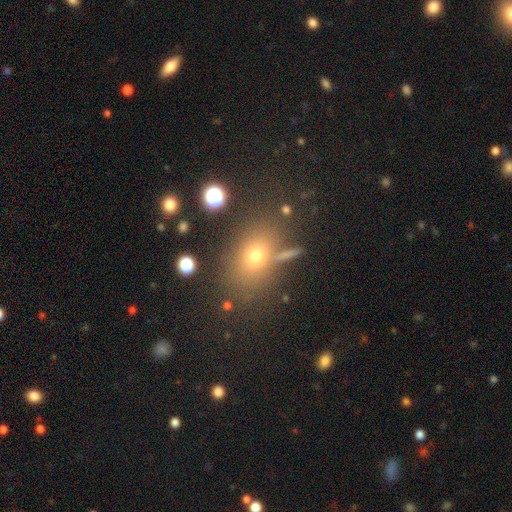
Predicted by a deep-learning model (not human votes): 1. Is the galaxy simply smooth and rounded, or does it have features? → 69% smooth, 18% star or artifact, 13% featured or disk.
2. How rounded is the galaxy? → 67% in between, 30% round, 3% cigar-shaped.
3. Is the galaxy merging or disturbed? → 72% none, 13% minor disturbance, 8% merger, 6% major disturbance.